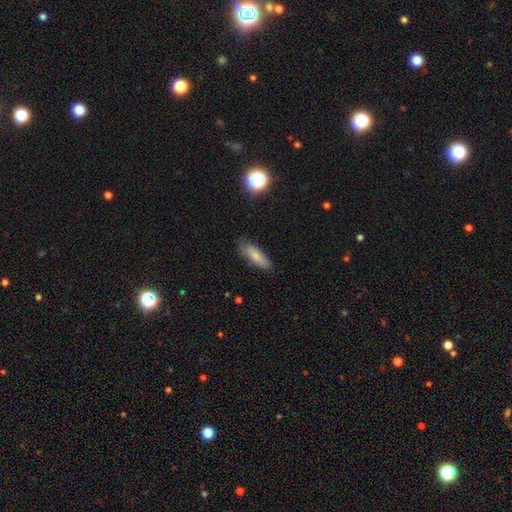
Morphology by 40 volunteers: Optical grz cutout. It shows a smooth galaxy with no disk features (85%) that is in between round and cigar-shaped (56%). Merging: none (97%).